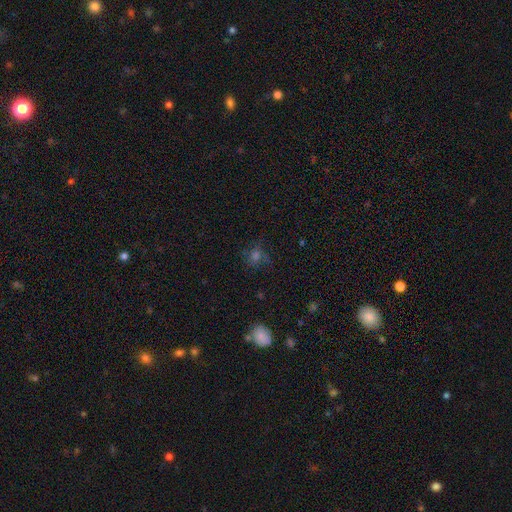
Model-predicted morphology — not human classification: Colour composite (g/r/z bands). It shows a smooth galaxy with no disk features (47%). Merging: none (66%).